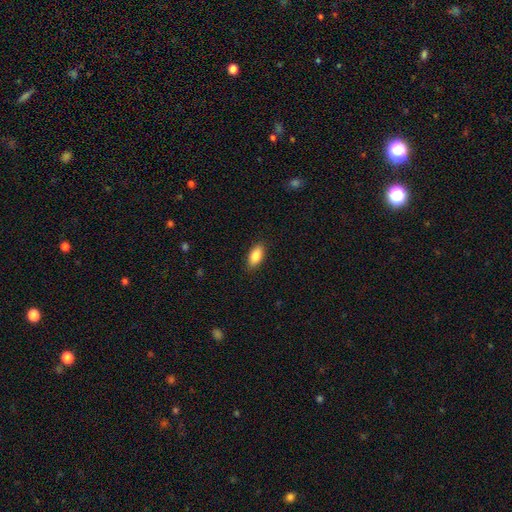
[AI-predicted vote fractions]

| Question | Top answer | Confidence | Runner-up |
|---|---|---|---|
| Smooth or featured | smooth | 85% | featured or disk (8%) |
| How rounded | in between | 89% | cigar-shaped (7%) |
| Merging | none | 88% | minor disturbance (9%) |